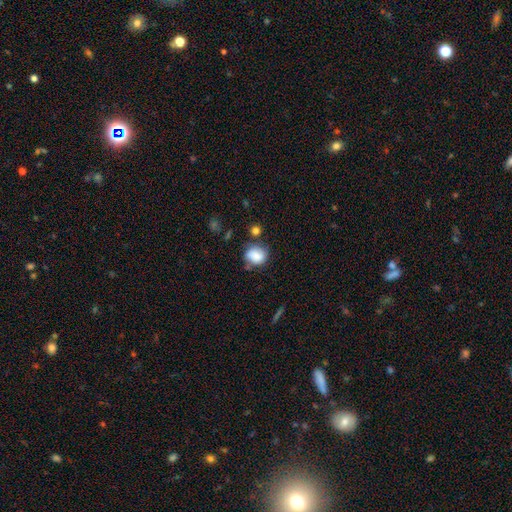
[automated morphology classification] smooth_or_featured: smooth (p=0.77) [alt: featured or disk p=0.14]
how_rounded: round (p=0.64) [alt: in between p=0.34]
merging: none (p=0.56) [alt: minor disturbance p=0.25]